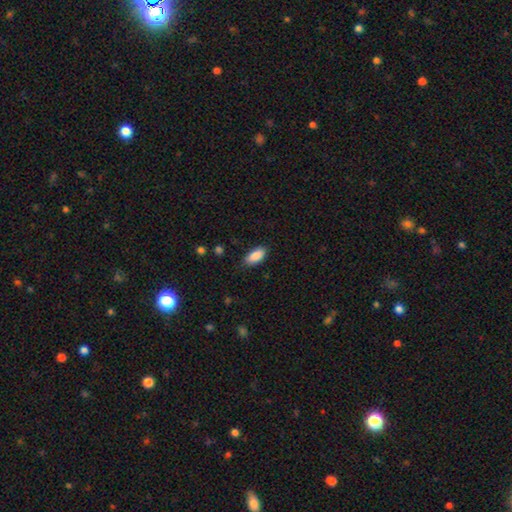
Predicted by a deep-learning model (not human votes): smooth-or-featured: smooth: 88% | star or artifact: 7% | featured or disk: 5%
  how-rounded: in between: 90% | cigar-shaped: 8% | round: 2%
  merging: none: 81% | minor disturbance: 15% | major disturbance: 3% | merger: 1%